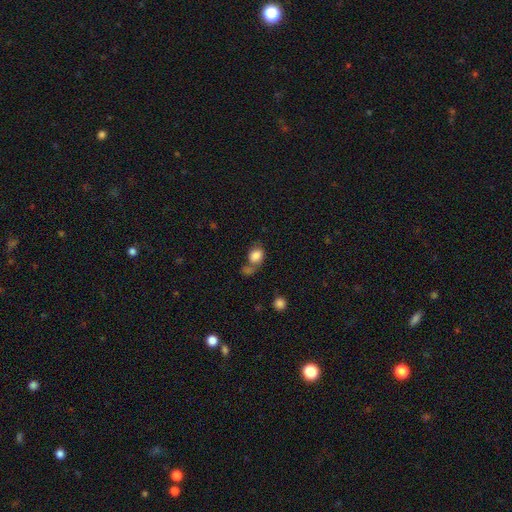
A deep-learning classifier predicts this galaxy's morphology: smooth-or-featured: smooth: 82% | star or artifact: 9% | featured or disk: 9%
  how-rounded: in between: 61% | round: 38% | cigar-shaped: 1%
  merging: none: 39% | merger: 33% | minor disturbance: 16% | major disturbance: 11%